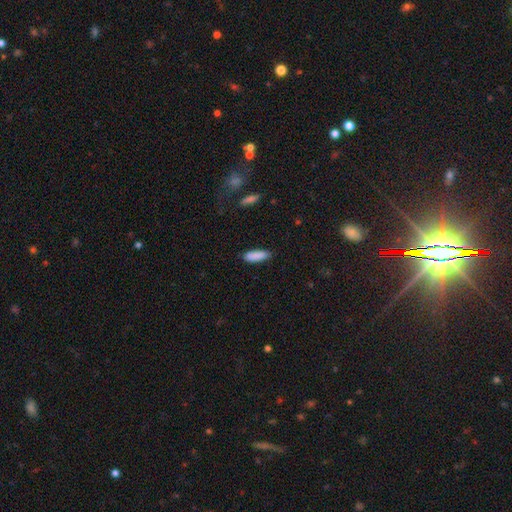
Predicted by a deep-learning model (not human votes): smooth-or-featured: smooth: 88% | star or artifact: 6% | featured or disk: 5%
  how-rounded: in between: 51% | cigar-shaped: 48% | round: 2%
  merging: none: 83% | minor disturbance: 13% | major disturbance: 2% | merger: 1%